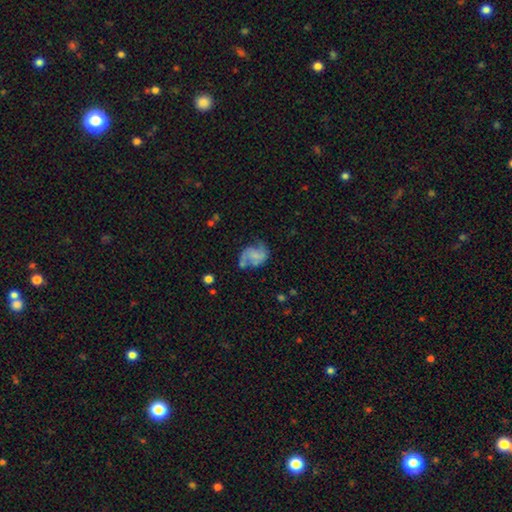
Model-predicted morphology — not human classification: featured or disk 62%, smooth 29%, star or artifact 9%. Down the decision tree: edge-on disk — no (98%); bar — no (59%); spiral arms — yes (82%); bulge size — none (57%); merging — none (47%).